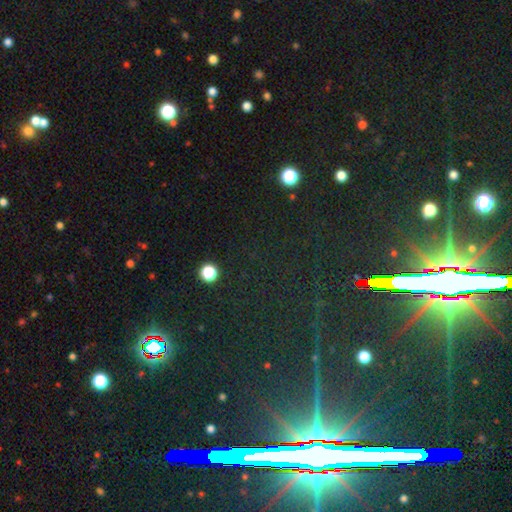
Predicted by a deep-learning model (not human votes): smooth_or_featured: star or artifact (p=0.79) [alt: smooth p=0.11]